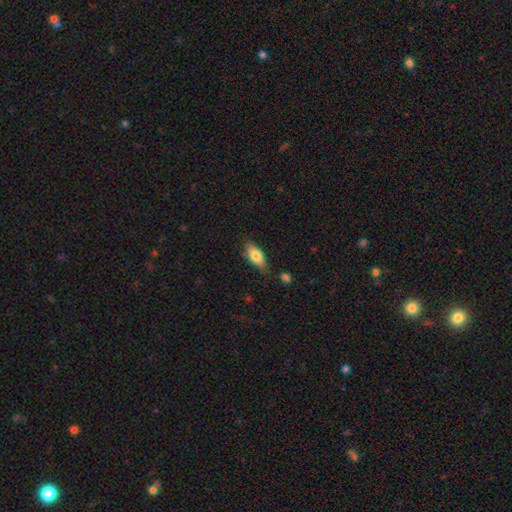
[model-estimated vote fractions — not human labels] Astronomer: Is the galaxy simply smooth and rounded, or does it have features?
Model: smooth — 75%.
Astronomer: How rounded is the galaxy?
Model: in between — 78%.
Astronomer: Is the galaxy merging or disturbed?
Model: none — 70%.